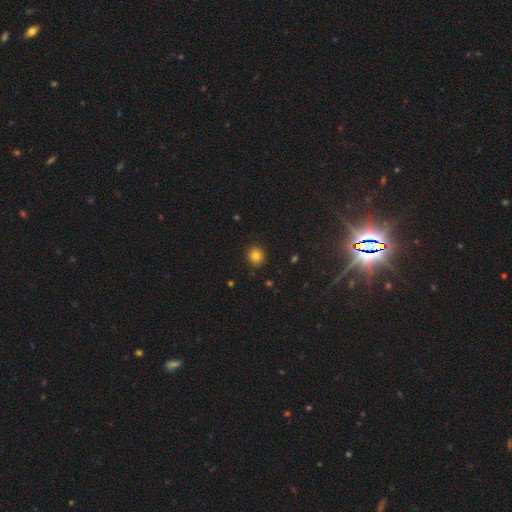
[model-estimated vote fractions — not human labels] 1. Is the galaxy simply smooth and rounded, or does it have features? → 81% smooth, 13% star or artifact, 6% featured or disk.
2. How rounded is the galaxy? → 89% round, 10% in between, 1% cigar-shaped.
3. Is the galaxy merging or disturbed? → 90% none, 7% minor disturbance, 2% major disturbance, 1% merger.